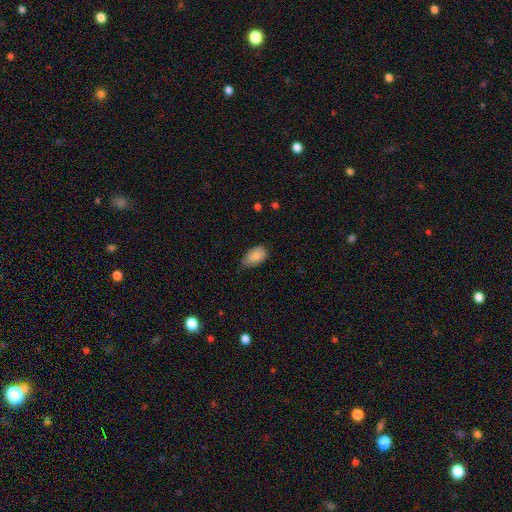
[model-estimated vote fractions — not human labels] Smooth or featured?
  - smooth: 85% *
  - featured or disk: 8%
  - star or artifact: 7%
How rounded?
  - in between: 93% *
  - round: 6%
  - cigar-shaped: 2%
Merging?
  - none: 57% *
  - minor disturbance: 36%
  - major disturbance: 6%
  - merger: 1%